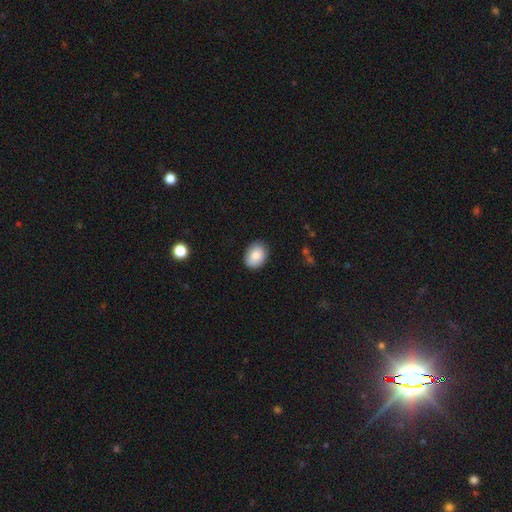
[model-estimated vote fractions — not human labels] Morphology: type=smooth (85%); roundness=in between (66%); merging=none (82%).